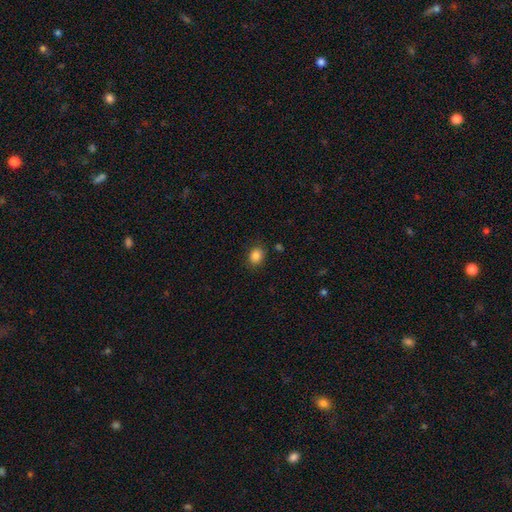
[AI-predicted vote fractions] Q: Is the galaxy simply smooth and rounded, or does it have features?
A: smooth — 86%.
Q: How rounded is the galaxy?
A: round — 52%.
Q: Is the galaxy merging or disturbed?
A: none — 85%.